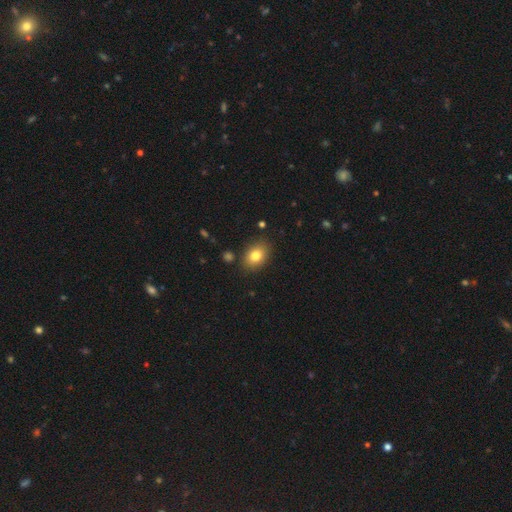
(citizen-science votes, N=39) This is likely a smooth galaxy (79%). How rounded: clearly in between (84%). Merging: likely none (78%).